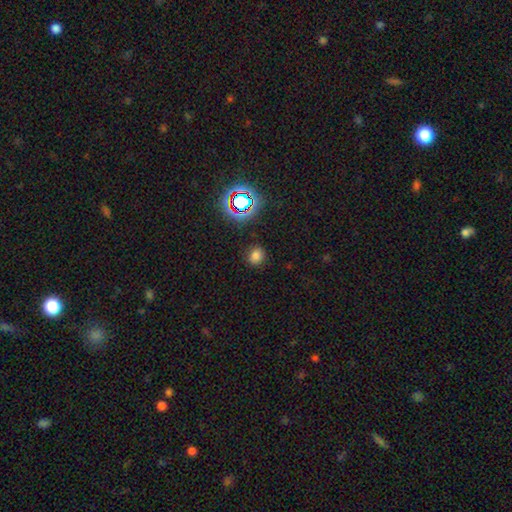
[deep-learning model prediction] Morphology: type=smooth (73%); roundness=round (69%); merging=none (86%).